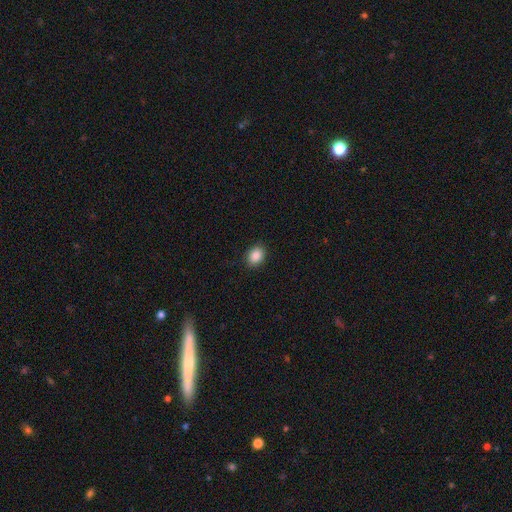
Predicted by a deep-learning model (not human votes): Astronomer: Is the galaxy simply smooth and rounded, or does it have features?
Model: smooth — 88%.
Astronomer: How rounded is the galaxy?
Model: in between — 66%.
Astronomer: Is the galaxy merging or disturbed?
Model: none — 89%.